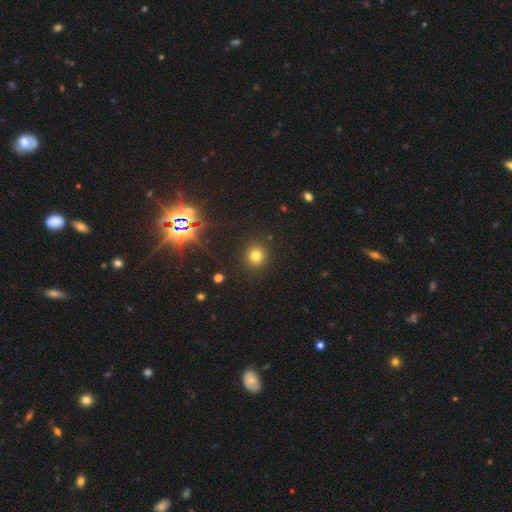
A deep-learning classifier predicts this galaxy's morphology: Q: Smooth or featured?
A: smooth (73%); runner-up: star or artifact (20%)
Q: How rounded?
A: round (91%); runner-up: in between (8%)
Q: Merging?
A: none (90%); runner-up: minor disturbance (6%)